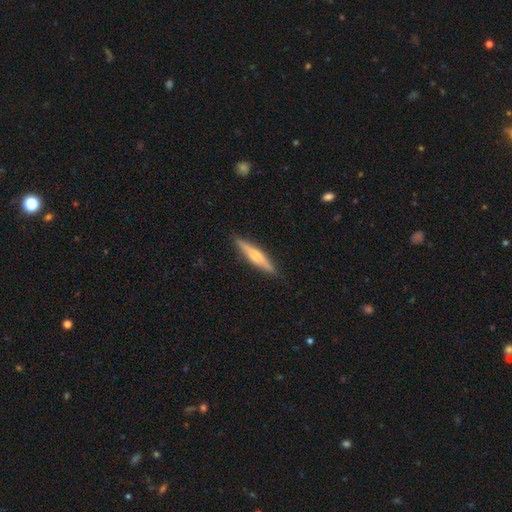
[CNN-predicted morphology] A featured or disk galaxy (54%) viewed edge-on (97%) with a rounded central bulge (74%). Merging: none (89%).